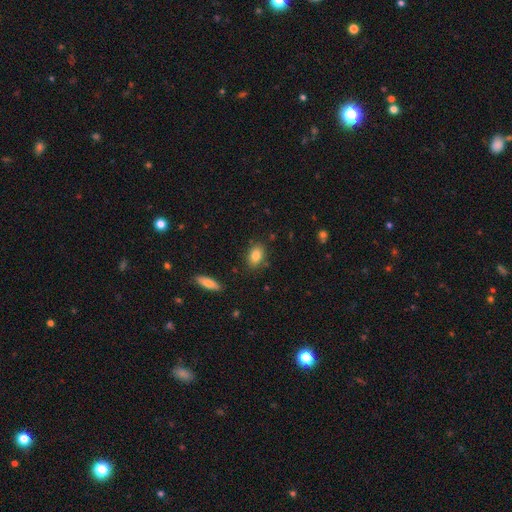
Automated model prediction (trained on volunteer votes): smooth-or-featured: smooth: 83% | featured or disk: 9% | star or artifact: 8%
  how-rounded: in between: 83% | round: 15% | cigar-shaped: 2%
  merging: none: 83% | minor disturbance: 11% | merger: 3% | major disturbance: 3%